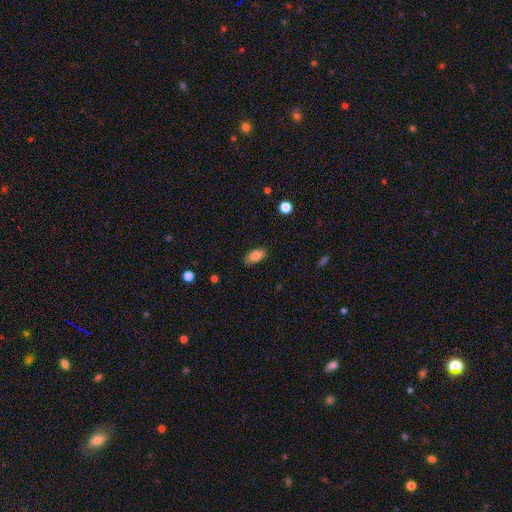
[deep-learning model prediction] Smooth or featured?
  - smooth: 83% *
  - featured or disk: 9%
  - star or artifact: 8%
How rounded?
  - in between: 92% *
  - round: 4%
  - cigar-shaped: 4%
Merging?
  - none: 85% *
  - minor disturbance: 11%
  - major disturbance: 2%
  - merger: 1%